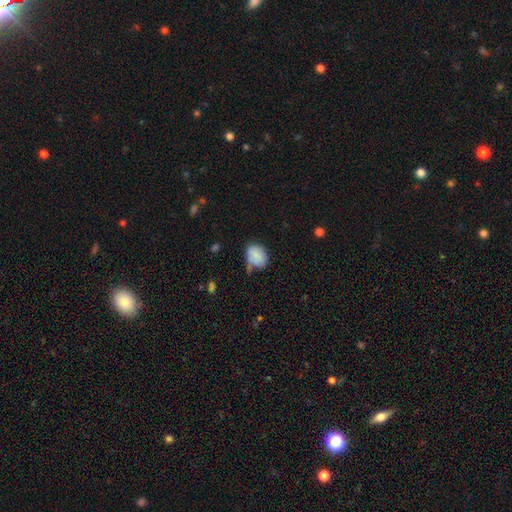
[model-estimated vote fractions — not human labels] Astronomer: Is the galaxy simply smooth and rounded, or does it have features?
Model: smooth — 80%.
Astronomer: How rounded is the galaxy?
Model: in between — 65%.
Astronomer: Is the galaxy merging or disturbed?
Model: none — 51% (runner-up: minor disturbance, 33%).